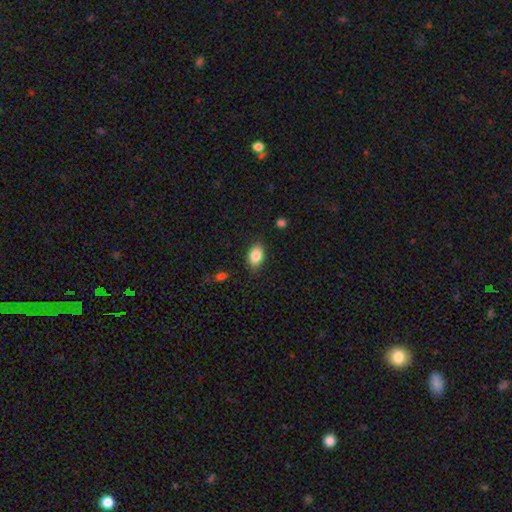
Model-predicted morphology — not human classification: Smooth or featured? Predicted: smooth (p=0.84). How rounded? Predicted: in between (p=0.87). Merging? Predicted: none (p=0.84).